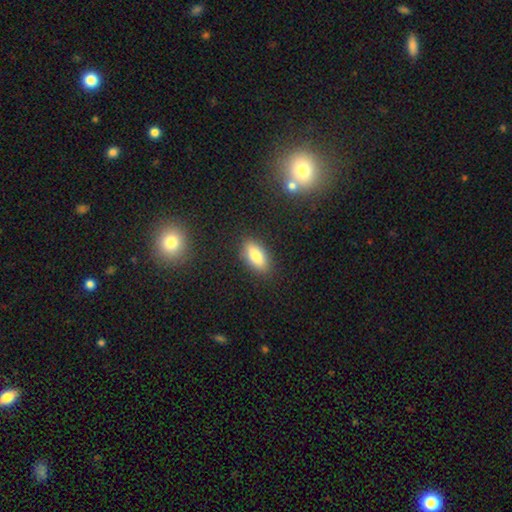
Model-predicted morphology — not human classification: smooth 79%, featured or disk 12%, star or artifact 8%. Down the decision tree: how rounded — in between (85%); merging — none (87%).